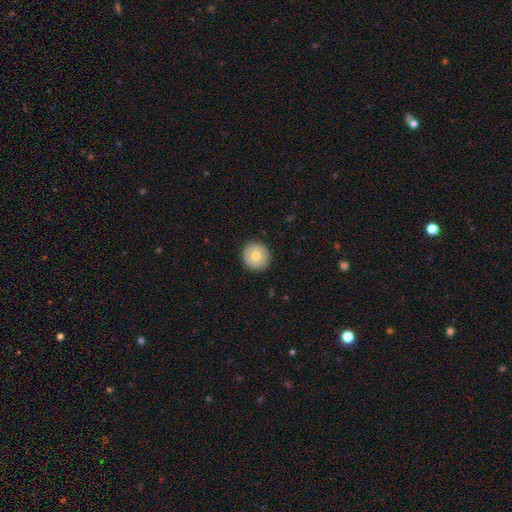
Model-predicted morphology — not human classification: Q: Smooth or featured?
A: smooth (69%); runner-up: featured or disk (23%)
Q: How rounded?
A: round (93%); runner-up: in between (6%)
Q: Merging?
A: none (91%); runner-up: minor disturbance (6%)